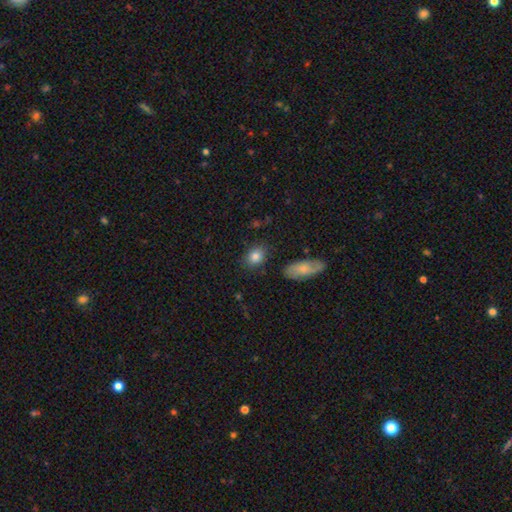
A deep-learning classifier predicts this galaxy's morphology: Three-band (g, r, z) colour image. It shows a smooth galaxy with no disk features (83%) that is in between round and cigar-shaped (62%). Merging: none (83%).